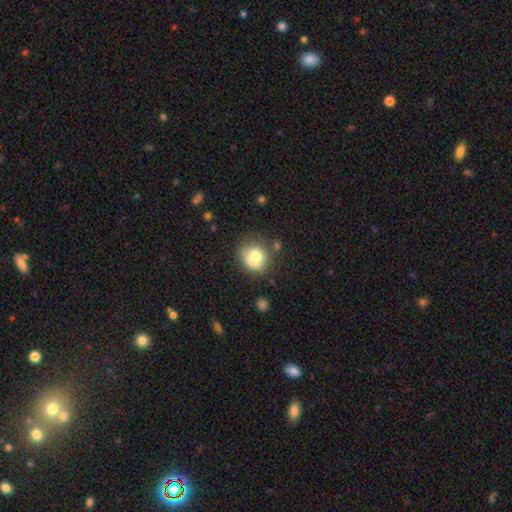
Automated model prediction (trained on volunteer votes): smooth-or-featured: smooth: 70% | featured or disk: 20% | star or artifact: 10%
  how-rounded: round: 75% | in between: 24% | cigar-shaped: 1%
  merging: none: 47% | merger: 24% | minor disturbance: 20% | major disturbance: 9%